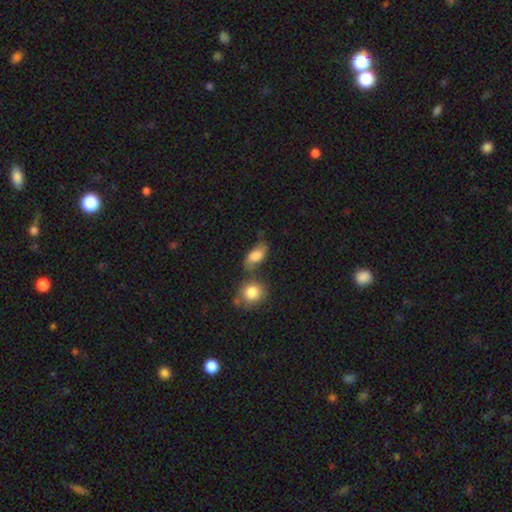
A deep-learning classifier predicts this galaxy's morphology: Smooth or featured: smooth — 74% (featured or disk — 17%)
How rounded: in between — 84% (round — 12%)
Merging: none — 48% (minor disturbance — 23%)